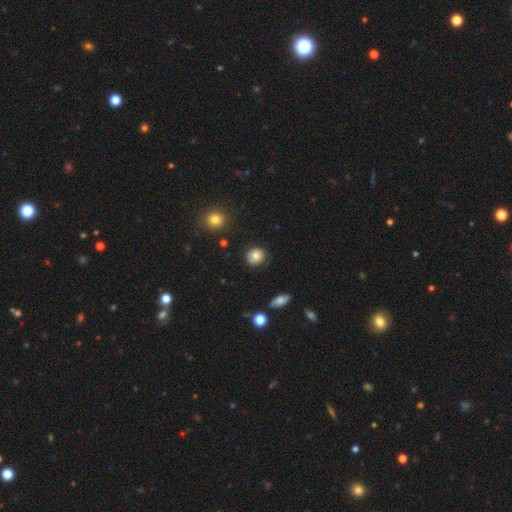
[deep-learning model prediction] smooth 79%, featured or disk 12%, star or artifact 9%. Down the decision tree: how rounded — round (80%); merging — none (81%).